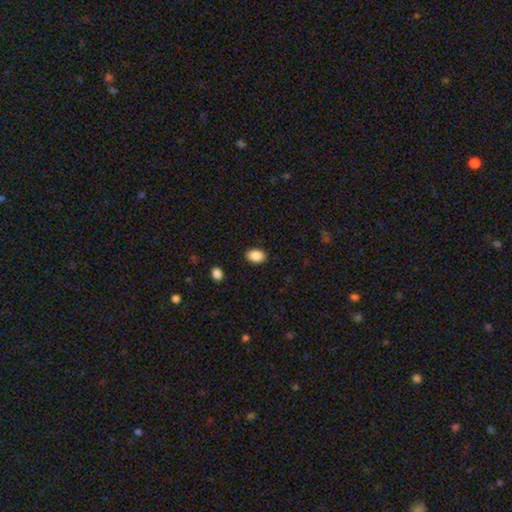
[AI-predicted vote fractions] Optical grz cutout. It shows a smooth galaxy with no disk features (89%) that is in between round and cigar-shaped (84%). Merging: none (87%).